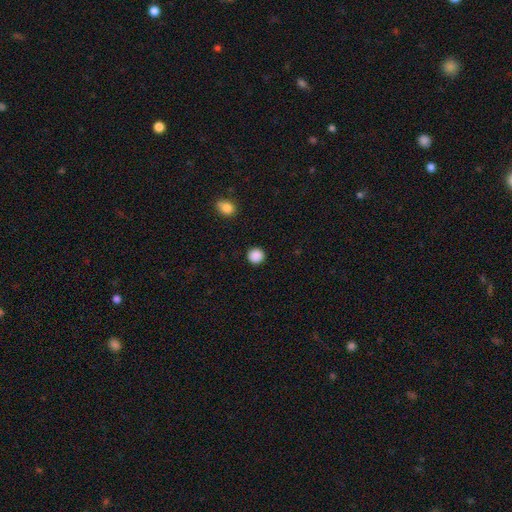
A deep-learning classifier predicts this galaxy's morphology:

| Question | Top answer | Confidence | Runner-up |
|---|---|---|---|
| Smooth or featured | smooth | 88% | star or artifact (9%) |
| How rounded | round | 93% | in between (6%) |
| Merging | none | 92% | minor disturbance (5%) |